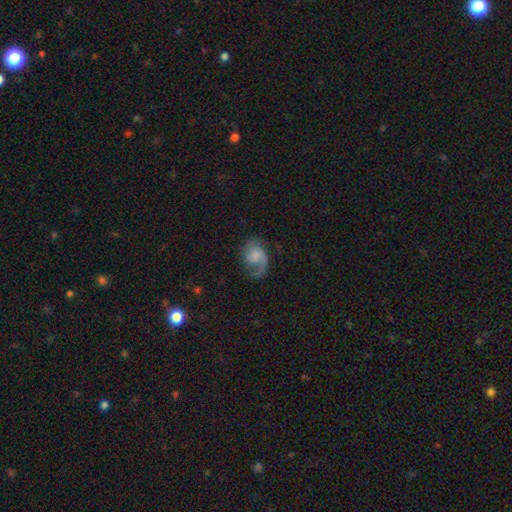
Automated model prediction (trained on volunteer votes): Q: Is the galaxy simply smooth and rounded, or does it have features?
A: featured or disk — 77%.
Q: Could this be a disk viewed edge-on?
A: no — 98%.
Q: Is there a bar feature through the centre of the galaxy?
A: no — 62%.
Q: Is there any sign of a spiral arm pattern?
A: yes — 95%.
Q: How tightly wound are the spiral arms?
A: medium — 48%.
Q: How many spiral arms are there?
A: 2 — 62%.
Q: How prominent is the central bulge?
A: small — 32%.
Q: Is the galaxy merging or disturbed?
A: none — 61%.